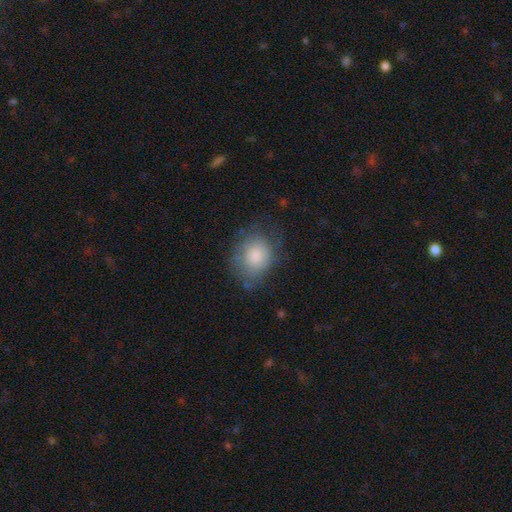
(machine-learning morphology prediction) Overall: smooth (79%). How rounded: round (58%; in between 41%). Merging: none (58%; minor disturbance 26%).